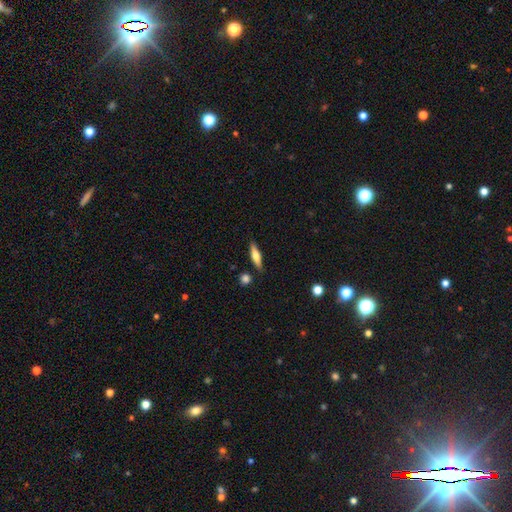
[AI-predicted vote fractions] Morphology: type=smooth (52%); roundness=cigar-shaped (72%); merging=none (85%).